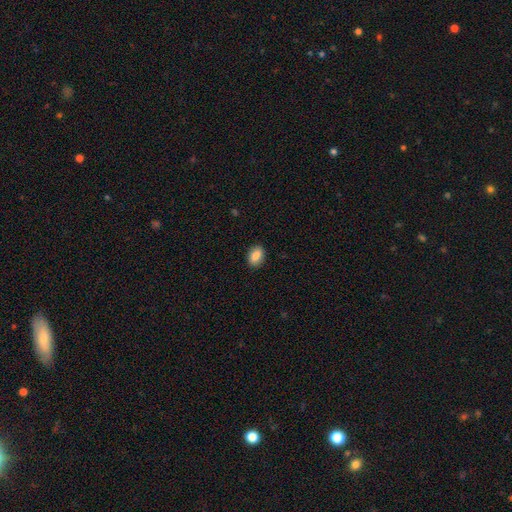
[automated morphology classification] This appears to be a smooth galaxy with no disk features (86%) that is in between round and cigar-shaped (79%). Merging: none (89%).